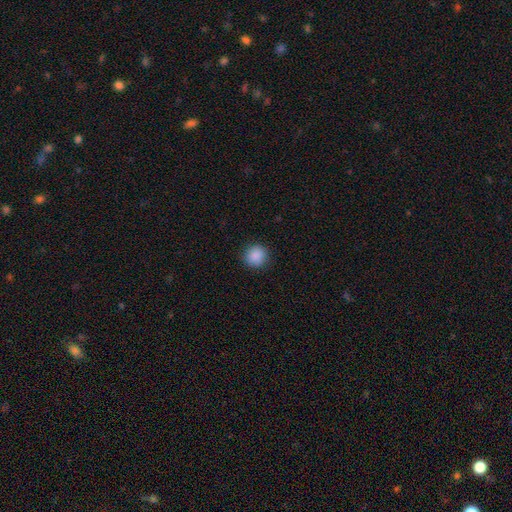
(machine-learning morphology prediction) A smooth galaxy with no disk features (89%) that is round (91%).

Vote fractions:
- Smooth or featured? smooth: 89% / star or artifact: 8% / featured or disk: 3%
- How rounded? round: 91% / in between: 8% / cigar-shaped: 1%
- Merging? none: 90% / minor disturbance: 7% / major disturbance: 2% / merger: 1%